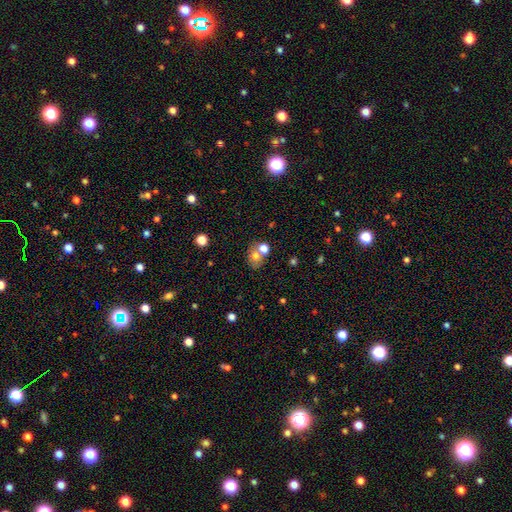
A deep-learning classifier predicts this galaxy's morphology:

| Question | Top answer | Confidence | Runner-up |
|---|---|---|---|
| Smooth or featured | smooth | 69% | featured or disk (18%) |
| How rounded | round | 55% | in between (44%) |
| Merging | none | 50% | merger (35%) |